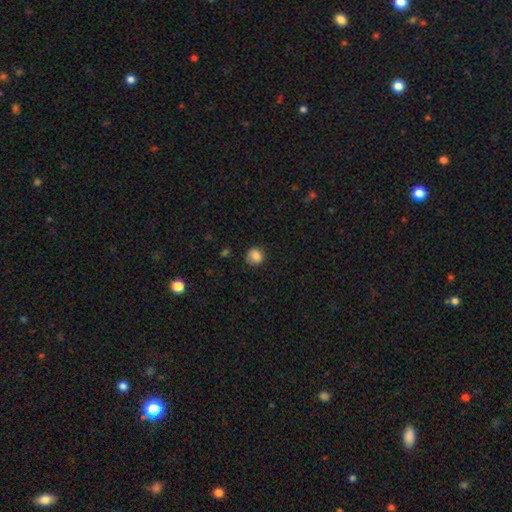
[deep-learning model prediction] Smooth or featured? Predicted: smooth (p=0.86). How rounded? Predicted: round (p=0.90). Merging? Predicted: none (p=0.84).